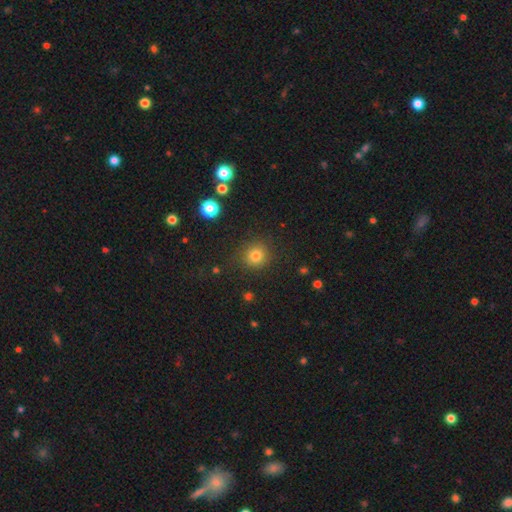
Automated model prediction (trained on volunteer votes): Overall: smooth (79%). How rounded: round (91%). Merging: none (87%).